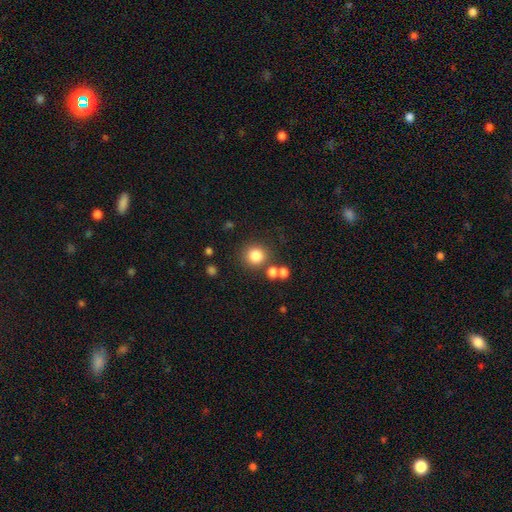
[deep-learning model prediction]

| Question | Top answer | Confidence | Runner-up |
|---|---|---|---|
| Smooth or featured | smooth | 82% | star or artifact (12%) |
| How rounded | round | 91% | in between (8%) |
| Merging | none | 77% | merger (11%) |